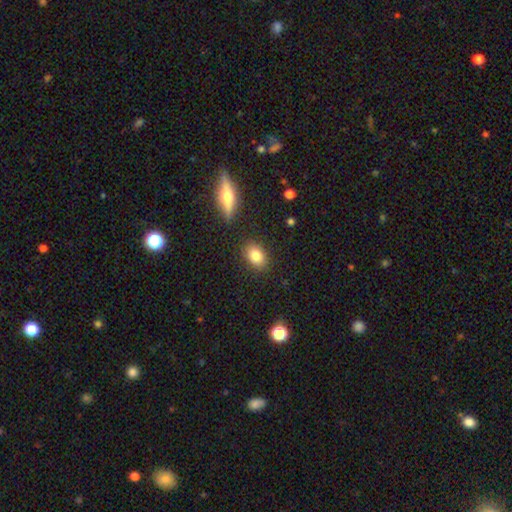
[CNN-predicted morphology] Smooth or featured? smooth (82%)
How rounded? in between (79%)
Merging? none (86%)